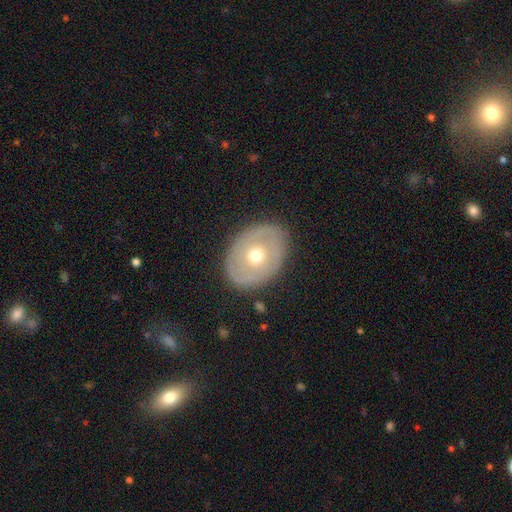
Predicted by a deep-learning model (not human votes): This appears to be a featured or disk galaxy (57%) with no bar (86%), no spiral arms (68%) and a moderate central bulge (67%). Merging: none (84%).